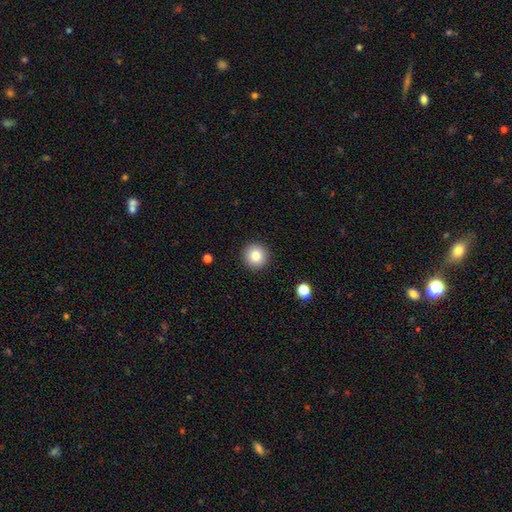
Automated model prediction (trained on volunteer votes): Smooth or featured: smooth — 84% (star or artifact — 10%)
How rounded: round — 95% (in between — 4%)
Merging: none — 92% (minor disturbance — 5%)